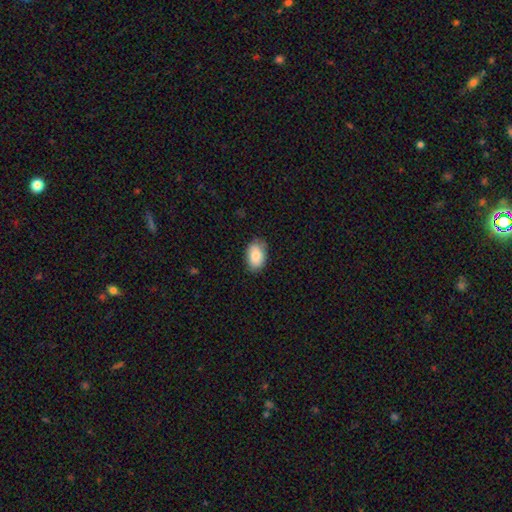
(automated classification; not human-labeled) A smooth galaxy with no disk features (86%) that is in between round and cigar-shaped (89%).

Vote fractions:
- Smooth or featured? smooth: 86% / featured or disk: 8% / star or artifact: 7%
- How rounded? in between: 89% / round: 10% / cigar-shaped: 1%
- Merging? none: 80% / minor disturbance: 16% / major disturbance: 3% / merger: 1%